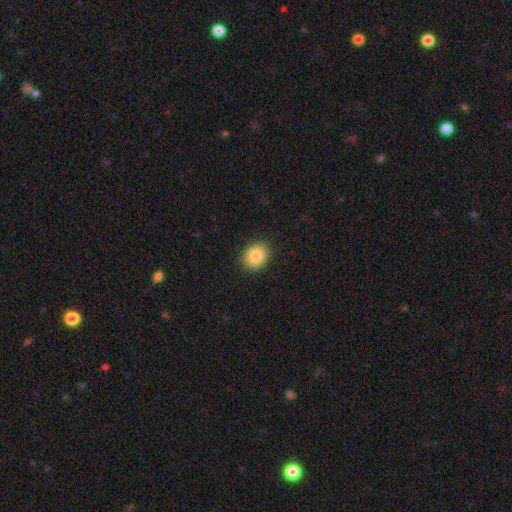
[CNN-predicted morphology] Smooth or featured?
  - smooth: 84% *
  - star or artifact: 8%
  - featured or disk: 8%
How rounded?
  - round: 50% *
  - in between: 49%
  - cigar-shaped: 1%
Merging?
  - none: 89% *
  - minor disturbance: 8%
  - major disturbance: 2%
  - merger: 1%